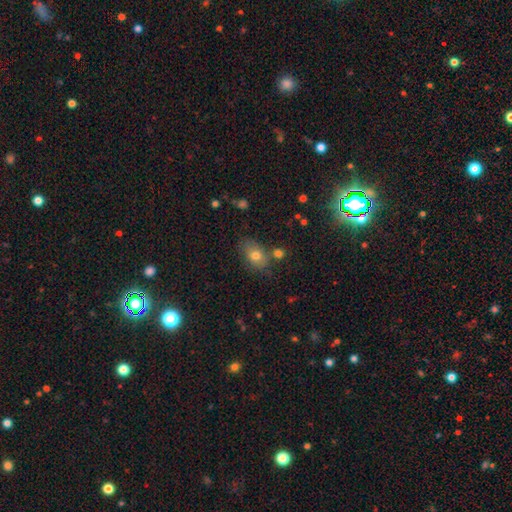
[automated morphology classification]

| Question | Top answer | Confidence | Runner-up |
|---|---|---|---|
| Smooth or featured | smooth | 75% | featured or disk (14%) |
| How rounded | in between | 79% | round (19%) |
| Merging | none | 65% | minor disturbance (18%) |